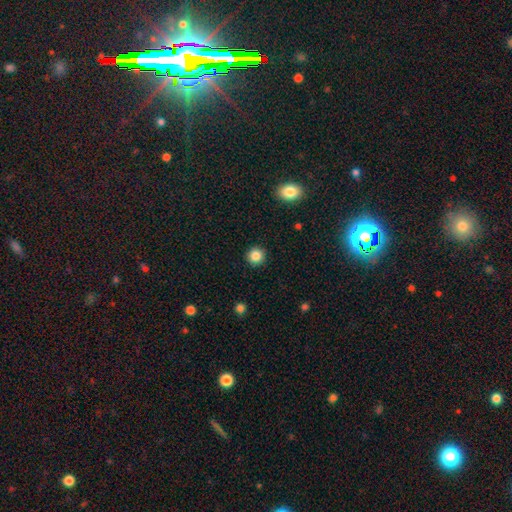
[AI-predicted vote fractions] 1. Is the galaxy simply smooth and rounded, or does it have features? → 86% smooth, 10% star or artifact, 4% featured or disk.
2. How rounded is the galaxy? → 95% round, 4% in between, 1% cigar-shaped.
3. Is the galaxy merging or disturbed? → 93% none, 5% minor disturbance, 2% major disturbance, 1% merger.